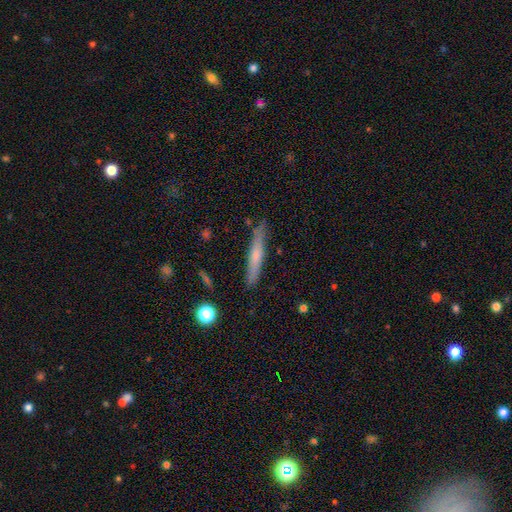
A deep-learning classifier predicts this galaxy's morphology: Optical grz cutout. It shows a smooth galaxy with no disk features (50%). Merging: none (85%).